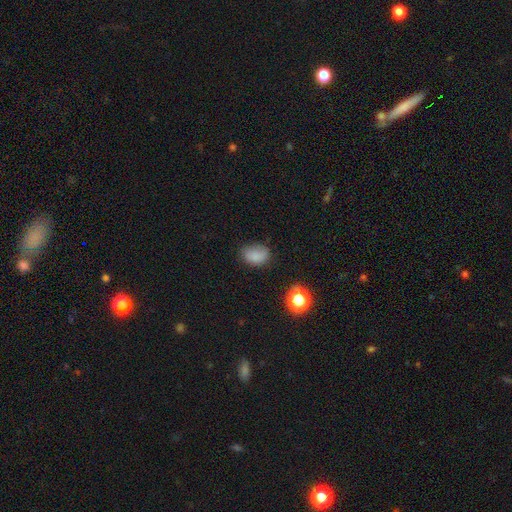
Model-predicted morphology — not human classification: Smooth or featured? Predicted: smooth (p=0.80). How rounded? Predicted: in between (p=0.72). Merging? Predicted: none (p=0.64).